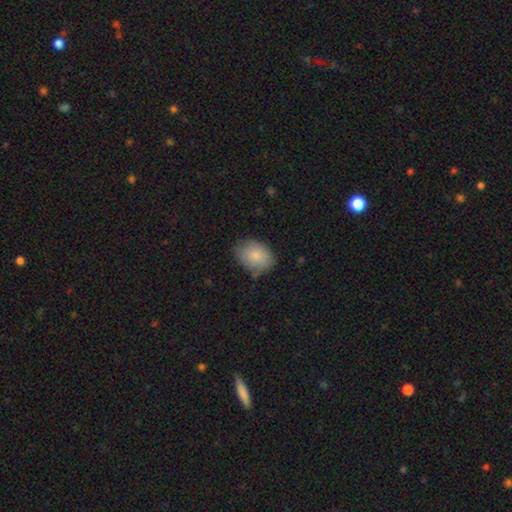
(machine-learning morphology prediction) type=smooth (84%); roundness=in between (75%); merging=none (68%).